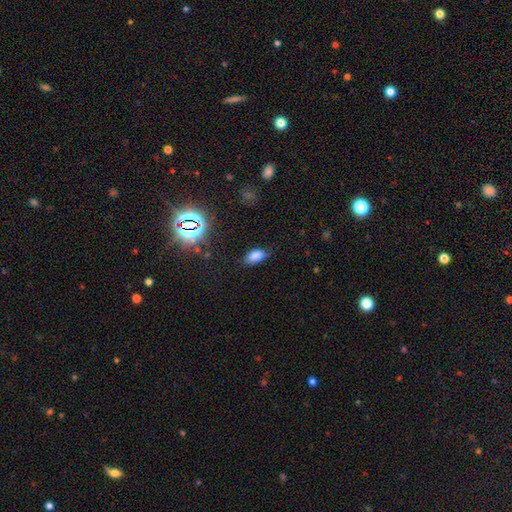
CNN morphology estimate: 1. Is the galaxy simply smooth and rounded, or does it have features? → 78% smooth, 14% star or artifact, 7% featured or disk.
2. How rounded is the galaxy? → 92% in between, 5% round, 3% cigar-shaped.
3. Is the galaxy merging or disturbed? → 72% none, 21% minor disturbance, 5% major disturbance, 2% merger.